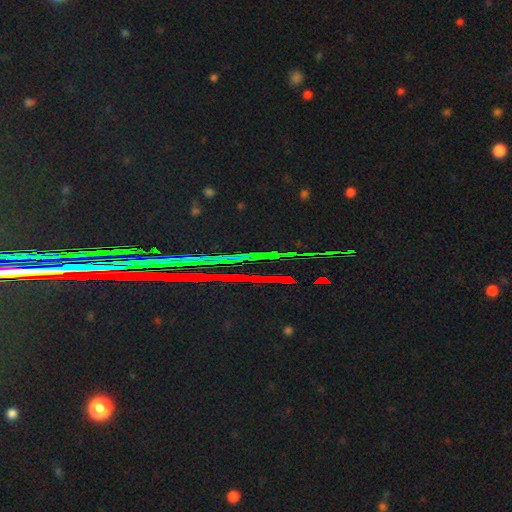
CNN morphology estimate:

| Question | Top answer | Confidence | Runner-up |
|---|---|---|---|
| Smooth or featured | star or artifact | 86% | featured or disk (8%) |